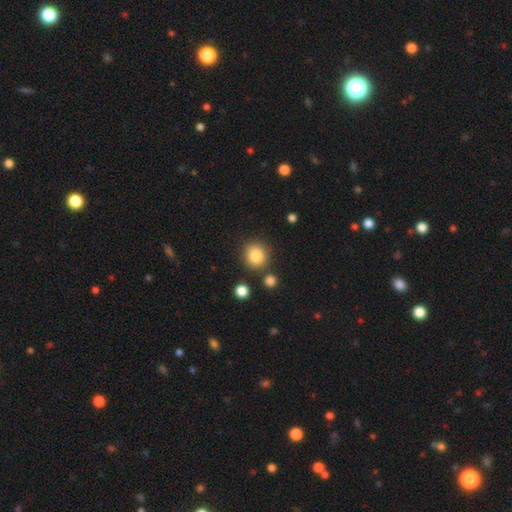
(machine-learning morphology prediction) This is clearly a smooth galaxy (84%). How rounded: clearly round (85%). Merging: clearly none (81%).